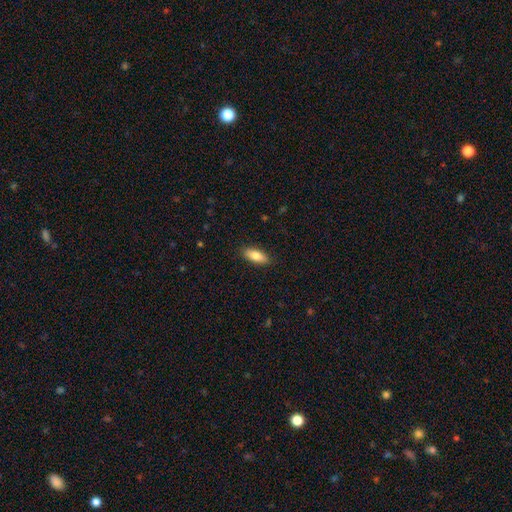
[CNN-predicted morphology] smooth_or_featured: smooth (p=0.81) [alt: featured or disk p=0.13]
how_rounded: in between (p=0.78) [alt: cigar-shaped p=0.20]
merging: none (p=0.89) [alt: minor disturbance p=0.09]